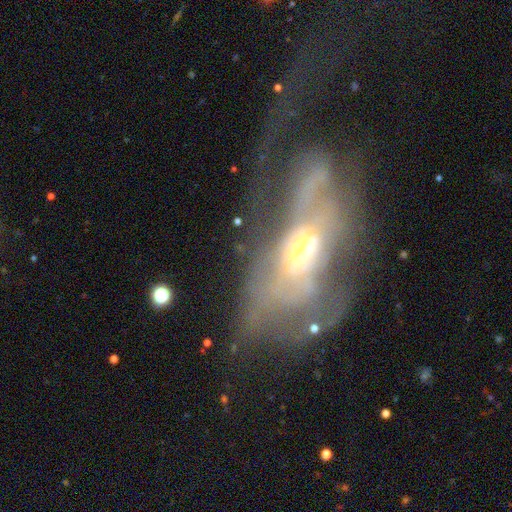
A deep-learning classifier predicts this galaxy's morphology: smooth_or_featured: featured or disk (p=0.74) [alt: smooth p=0.16]
disk_edge_on: no (p=0.89) [alt: yes p=0.11]
bar: no (p=0.70) [alt: weak p=0.22]
has_spiral_arms: yes (p=0.59) [alt: no p=0.41]
bulge_size: moderate (p=0.63) [alt: small p=0.23]
merging: major disturbance (p=0.58) [alt: none p=0.22]